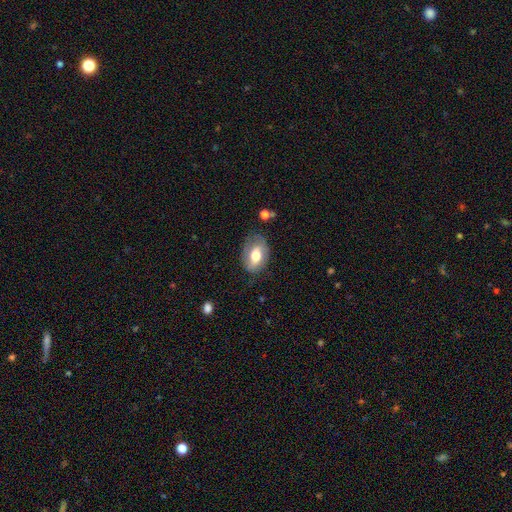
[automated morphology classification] This appears to be a smooth galaxy with no disk features (60%) that is in between round and cigar-shaped (87%). Merging: none (68%).